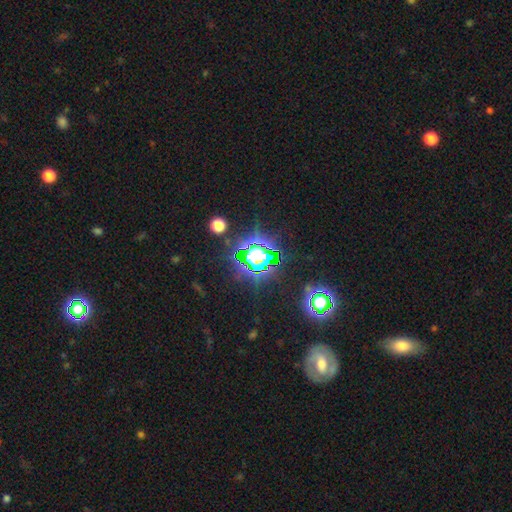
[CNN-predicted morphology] smooth-or-featured: star or artifact: 74% | smooth: 15% | featured or disk: 11%